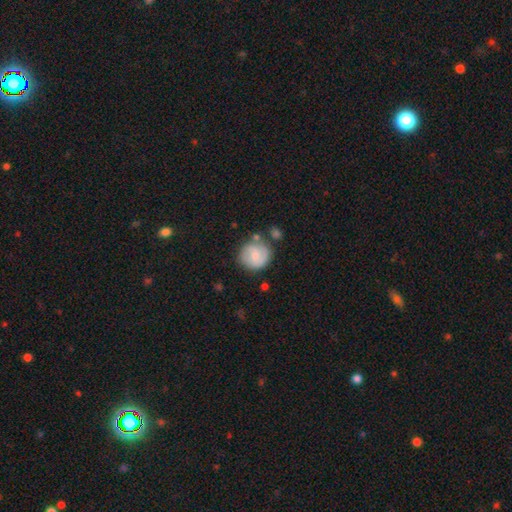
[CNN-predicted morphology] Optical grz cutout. It shows a smooth galaxy with no disk features (58%) that is round (89%). Merging: none (68%).